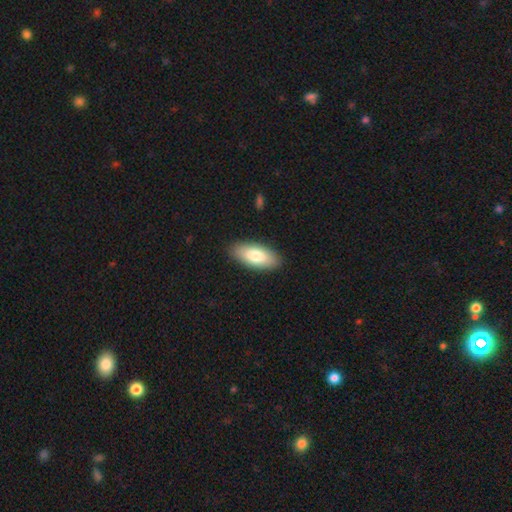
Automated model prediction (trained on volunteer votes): smooth 80%, featured or disk 14%, star or artifact 6%. Down the decision tree: how rounded — in between (89%); merging — none (89%).